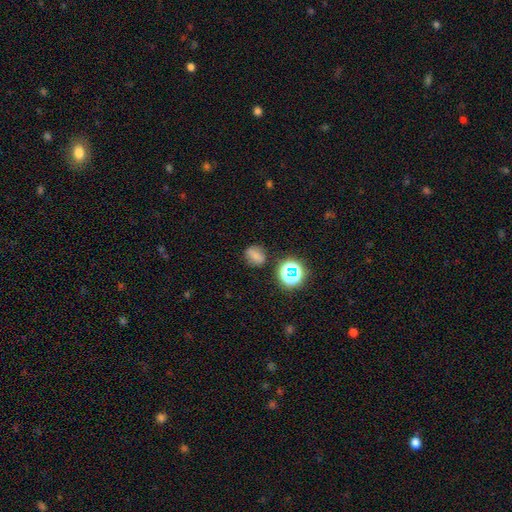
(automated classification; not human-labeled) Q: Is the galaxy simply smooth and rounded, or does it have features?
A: smooth — 63%.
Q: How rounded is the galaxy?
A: round — 61%.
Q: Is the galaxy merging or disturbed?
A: none — 78%.